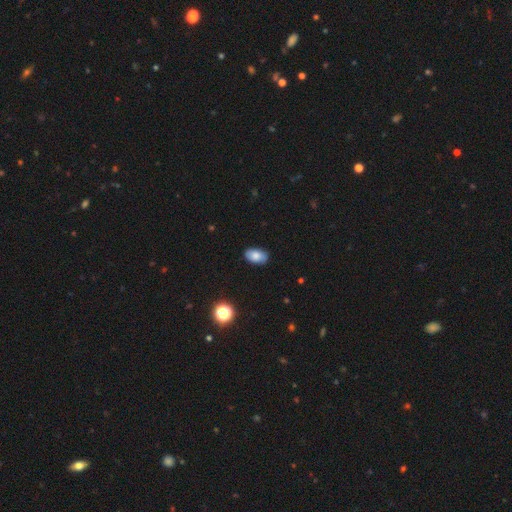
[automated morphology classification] This appears to be a smooth galaxy with no disk features (81%) that is in between round and cigar-shaped (92%). Merging: none (85%).